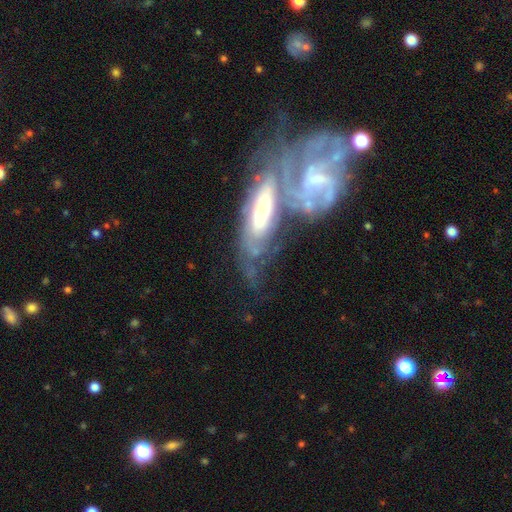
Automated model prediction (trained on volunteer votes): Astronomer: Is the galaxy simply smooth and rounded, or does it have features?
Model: featured or disk — 75%.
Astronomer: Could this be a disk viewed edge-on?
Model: no — 86%.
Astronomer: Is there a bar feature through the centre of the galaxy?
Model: no — 54% (runner-up: weak, 30%).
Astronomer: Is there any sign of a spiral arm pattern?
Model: yes — 82%.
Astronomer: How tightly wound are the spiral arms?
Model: tight — 60%.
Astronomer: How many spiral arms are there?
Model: can't tell — 56%.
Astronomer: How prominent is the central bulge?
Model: small — 41% (runner-up: moderate, 37%).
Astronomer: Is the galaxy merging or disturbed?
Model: merger — 63%.